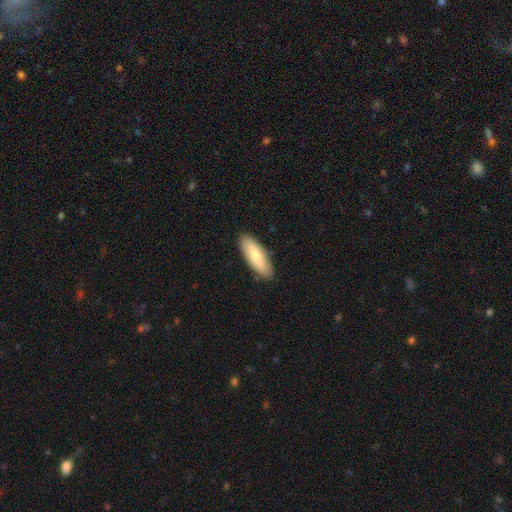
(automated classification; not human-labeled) Smooth or featured?
  - smooth: 75% *
  - featured or disk: 20%
  - star or artifact: 5%
How rounded?
  - in between: 63% *
  - cigar-shaped: 35%
  - round: 2%
Merging?
  - none: 87% *
  - minor disturbance: 10%
  - major disturbance: 2%
  - merger: 1%